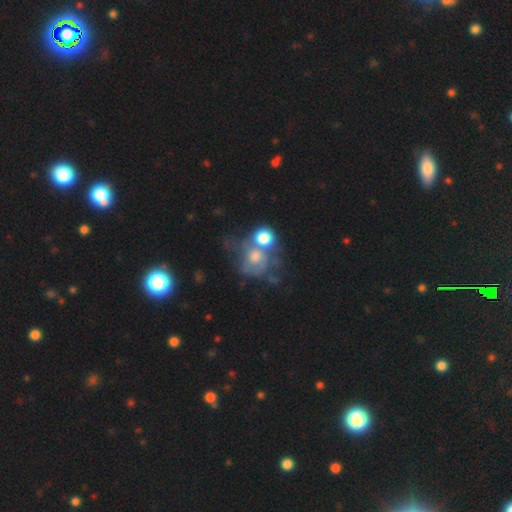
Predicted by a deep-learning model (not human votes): smooth-or-featured: smooth: 49% | featured or disk: 36% | star or artifact: 14%
  merging: merger: 52% | none: 21% | major disturbance: 17% | minor disturbance: 11%